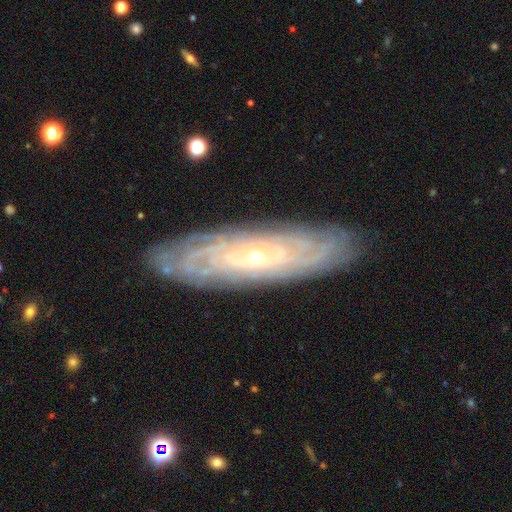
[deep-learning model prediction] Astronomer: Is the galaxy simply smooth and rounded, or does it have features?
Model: featured or disk — 85%.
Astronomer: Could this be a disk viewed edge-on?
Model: no — 80%.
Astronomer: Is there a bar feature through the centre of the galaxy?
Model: no — 75%.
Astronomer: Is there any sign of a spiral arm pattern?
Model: yes — 94%.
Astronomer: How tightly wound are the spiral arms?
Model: tight — 85%.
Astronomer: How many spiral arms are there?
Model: can't tell — 52%.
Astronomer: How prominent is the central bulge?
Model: small — 71%.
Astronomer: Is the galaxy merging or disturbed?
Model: none — 86%.